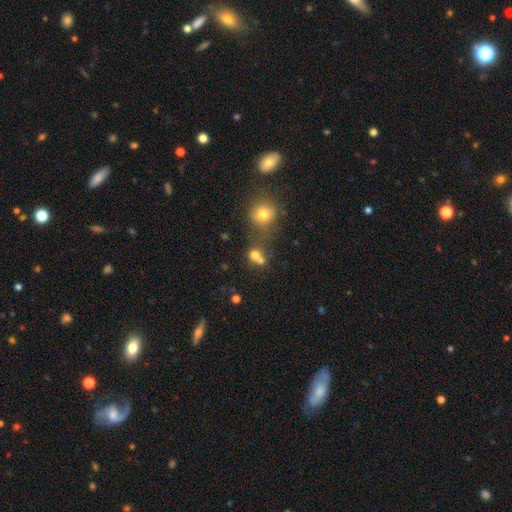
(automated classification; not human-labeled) Morphology: type=smooth (73%); roundness=round (70%); merging=merger (46%).